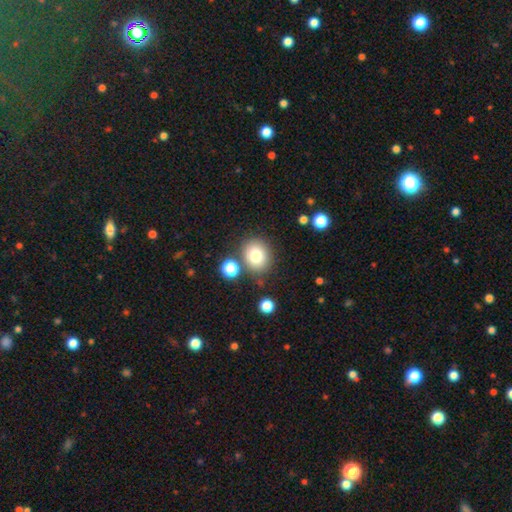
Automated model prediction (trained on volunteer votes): Smooth or featured? Predicted: smooth (p=0.78). How rounded? Predicted: round (p=0.68). Merging? Predicted: none (p=0.78).